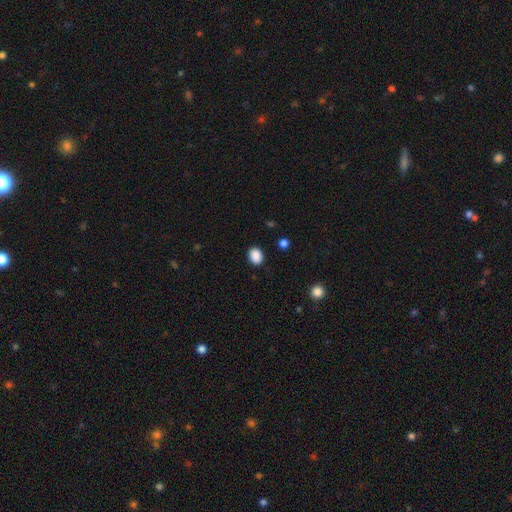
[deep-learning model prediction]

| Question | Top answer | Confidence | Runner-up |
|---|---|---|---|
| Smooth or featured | smooth | 89% | star or artifact (9%) |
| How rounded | in between | 60% | round (39%) |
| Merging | none | 88% | minor disturbance (8%) |